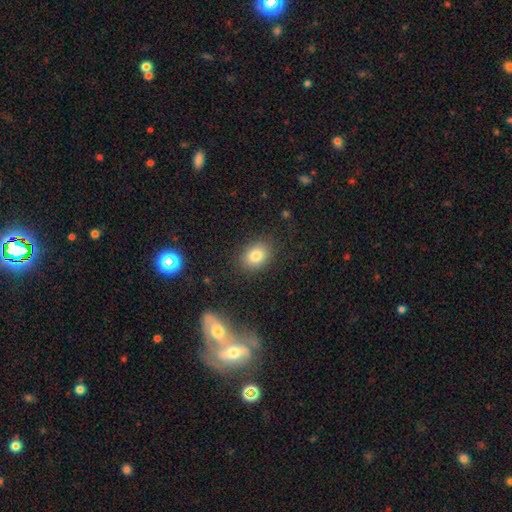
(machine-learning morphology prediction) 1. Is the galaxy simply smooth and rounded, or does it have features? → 81% smooth, 10% star or artifact, 8% featured or disk.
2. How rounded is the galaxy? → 61% in between, 38% round, 1% cigar-shaped.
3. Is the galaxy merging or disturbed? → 85% none, 10% minor disturbance, 3% major disturbance, 2% merger.